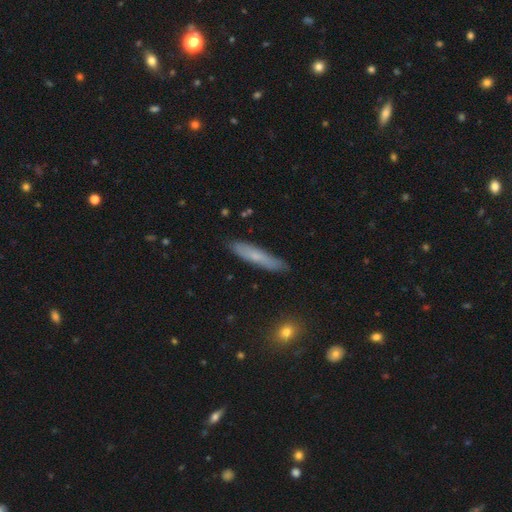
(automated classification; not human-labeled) The model was most divided on "smooth or featured": smooth: 60%, featured or disk: 33%, star or artifact: 7%. More confident: how rounded — cigar-shaped (88%); merging — none (85%).